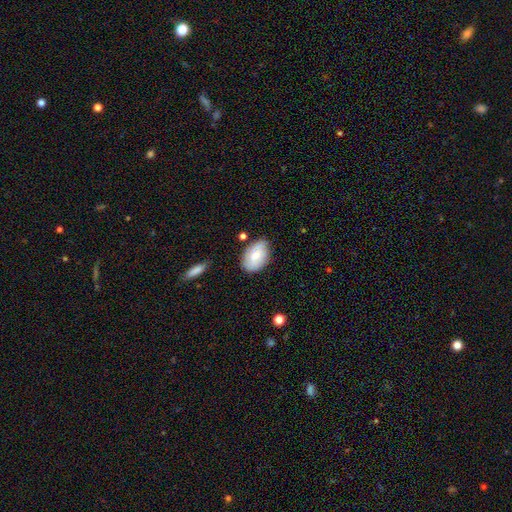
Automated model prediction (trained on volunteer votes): Smooth or featured? smooth (61%)
How rounded? in between (84%)
Merging? none (67%)